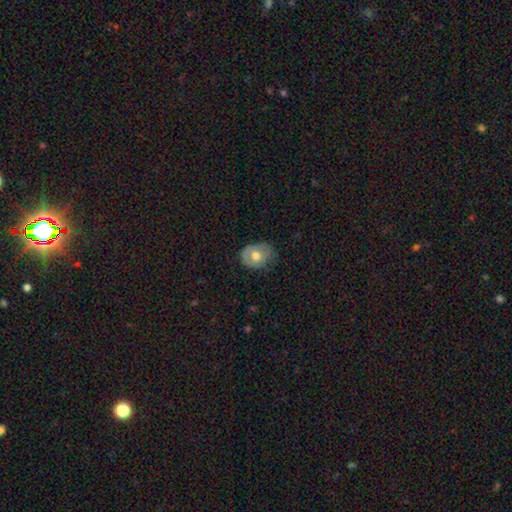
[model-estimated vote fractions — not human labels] Overall: smooth (58%; featured or disk 35%). How rounded: in between (52%; round 47%). Merging: none (55%; minor disturbance 32%).